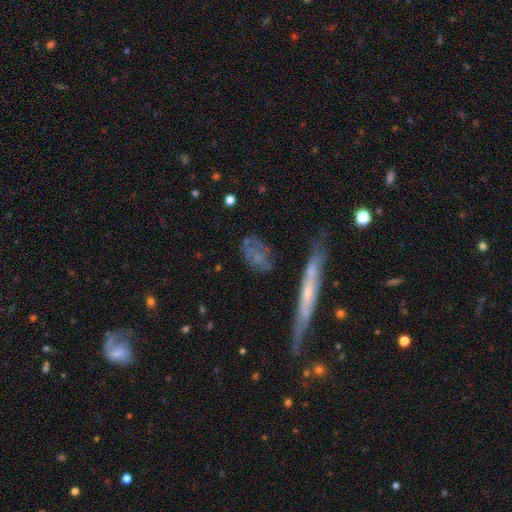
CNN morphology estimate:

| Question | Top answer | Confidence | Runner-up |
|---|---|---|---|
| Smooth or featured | smooth | 45% | featured or disk (43%) |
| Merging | none | 61% | minor disturbance (22%) |